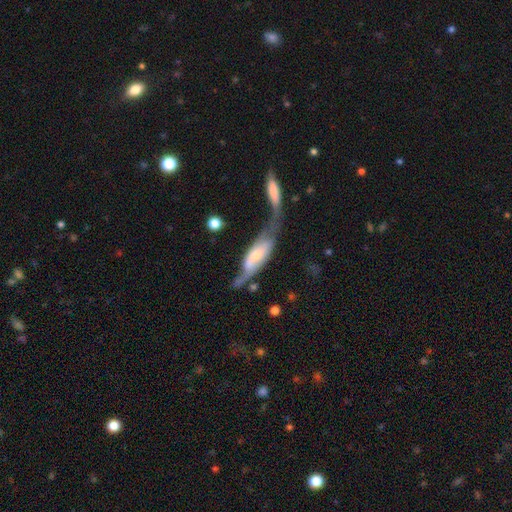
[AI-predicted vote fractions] smooth-or-featured: featured or disk: 61% | smooth: 33% | star or artifact: 6%
  disk-edge-on: no: 73% | yes: 27%
  merging: merger: 57% | major disturbance: 18% | none: 14% | minor disturbance: 11%